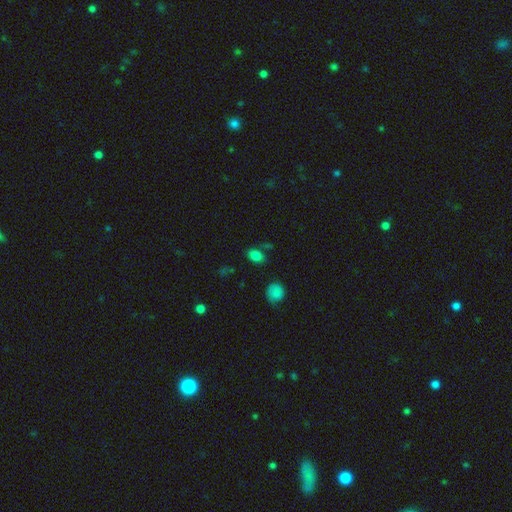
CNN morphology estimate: A smooth galaxy with no disk features (82%) that is in between round and cigar-shaped (79%).

Vote fractions:
- Smooth or featured? smooth: 82% / star or artifact: 12% / featured or disk: 5%
- How rounded? in between: 79% / round: 19% / cigar-shaped: 2%
- Merging? none: 77% / minor disturbance: 14% / merger: 6% / major disturbance: 4%